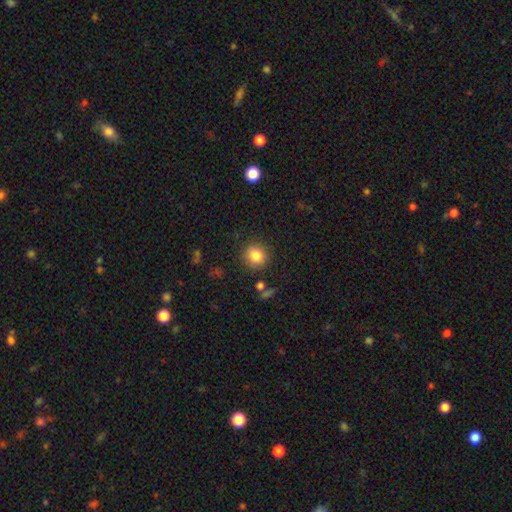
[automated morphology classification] This is clearly a smooth galaxy (83%). How rounded: clearly round (90%). Merging: clearly none (87%).